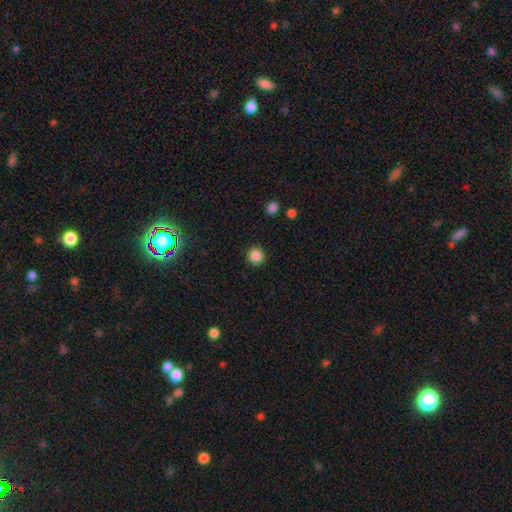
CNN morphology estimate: This is clearly a smooth galaxy (86%). How rounded: clearly round (93%). Merging: clearly none (91%).